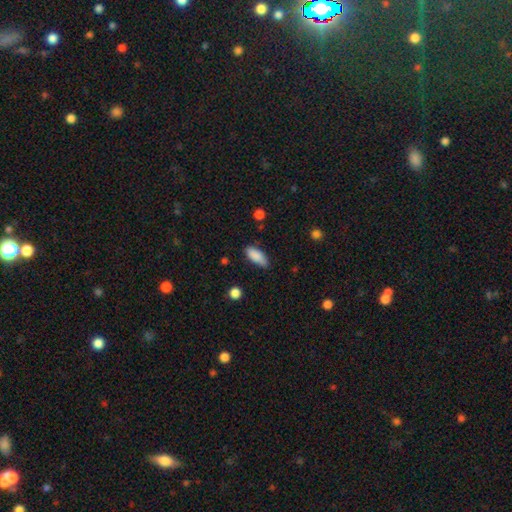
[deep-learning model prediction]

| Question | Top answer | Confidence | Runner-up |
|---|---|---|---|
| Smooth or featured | smooth | 88% | star or artifact (7%) |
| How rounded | in between | 83% | cigar-shaped (14%) |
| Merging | none | 75% | minor disturbance (20%) |